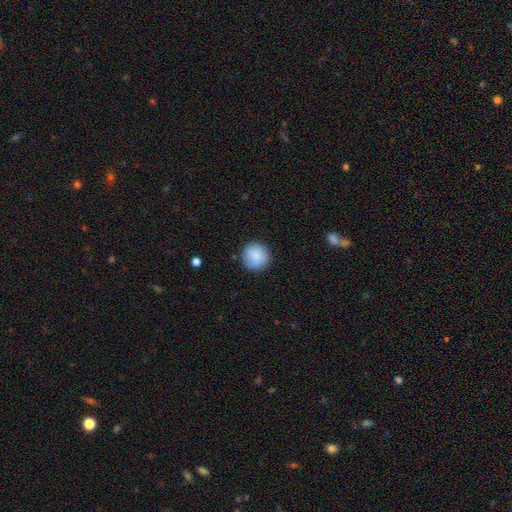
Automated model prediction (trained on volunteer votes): smooth_or_featured: smooth (p=0.87) [alt: star or artifact p=0.07]
how_rounded: round (p=0.94) [alt: in between p=0.05]
merging: none (p=0.87) [alt: minor disturbance p=0.10]